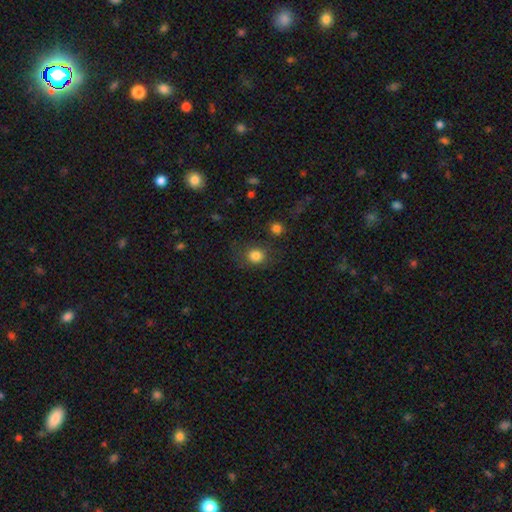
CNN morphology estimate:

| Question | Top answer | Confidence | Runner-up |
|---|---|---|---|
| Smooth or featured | smooth | 83% | star or artifact (11%) |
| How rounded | round | 77% | in between (22%) |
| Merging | none | 76% | minor disturbance (13%) |